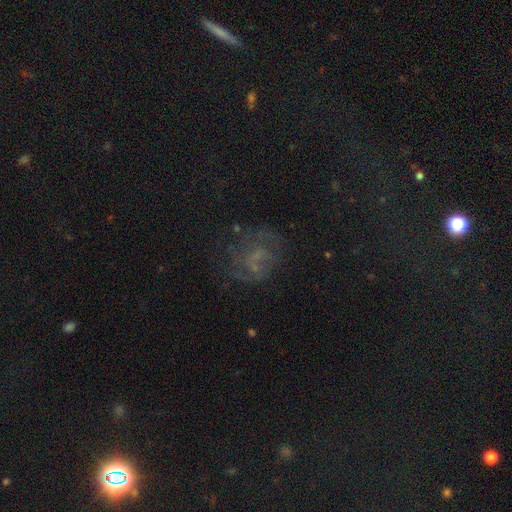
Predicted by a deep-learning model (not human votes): smooth_or_featured: featured or disk (p=0.43) [alt: smooth p=0.28]
merging: none (p=0.54) [alt: major disturbance p=0.24]